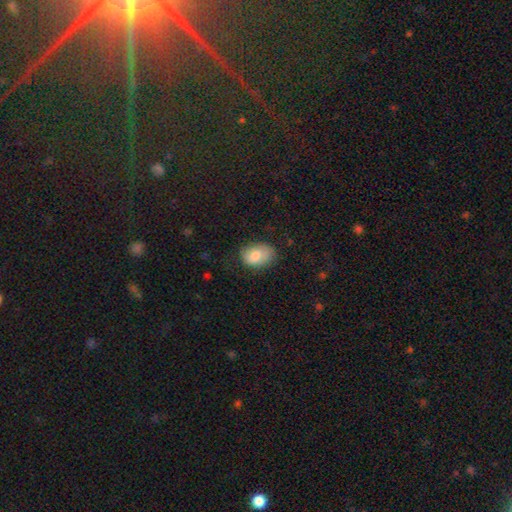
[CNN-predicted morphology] Overall: smooth (81%). How rounded: in between (78%). Merging: none (69%).